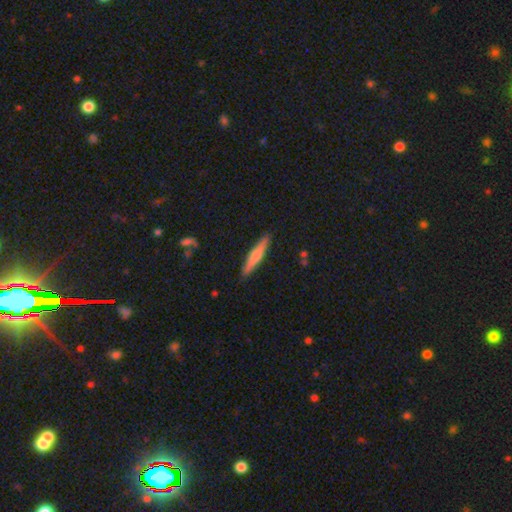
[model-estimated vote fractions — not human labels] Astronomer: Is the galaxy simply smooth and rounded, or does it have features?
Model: smooth — 62%.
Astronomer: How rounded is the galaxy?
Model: cigar-shaped — 91%.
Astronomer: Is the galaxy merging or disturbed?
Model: none — 89%.